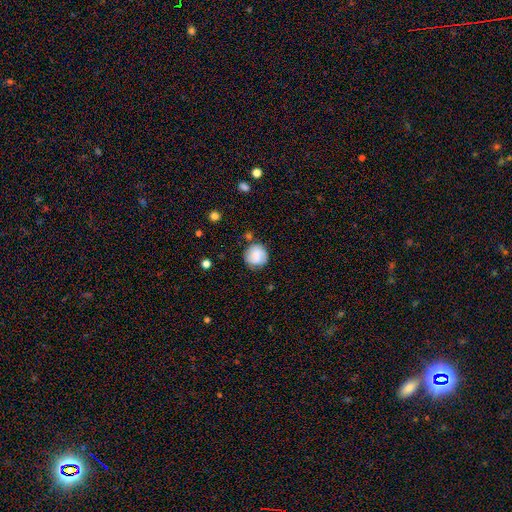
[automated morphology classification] A smooth galaxy with no disk features (74%) that is round (91%). Merging: none (76%).